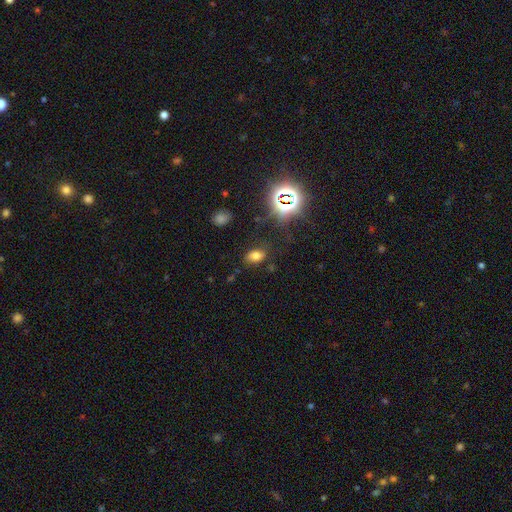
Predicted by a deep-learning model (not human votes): This is likely a smooth galaxy (67%). How rounded: clearly in between (88%). Merging: likely none (79%).